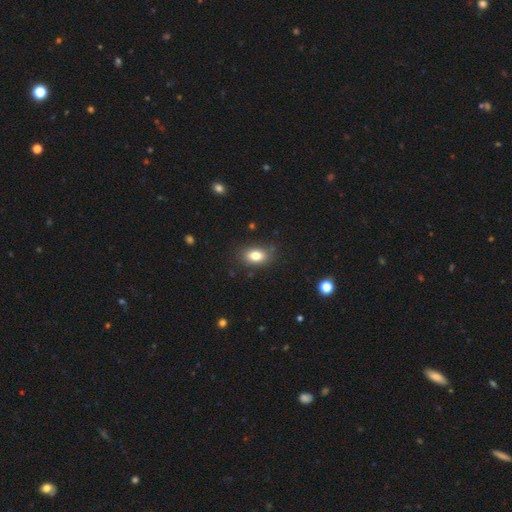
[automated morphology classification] A smooth galaxy with no disk features (82%) that is in between round and cigar-shaped (83%). Merging: none (84%).